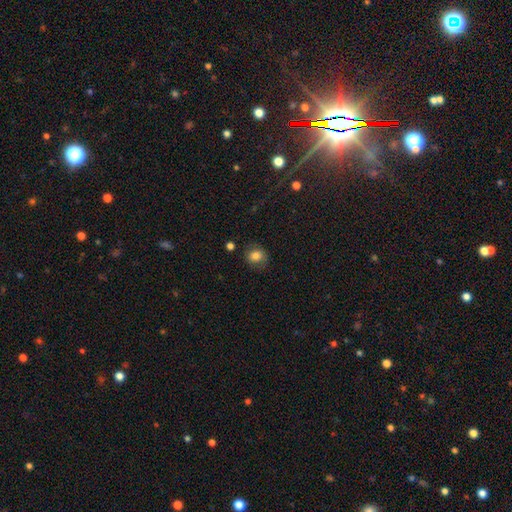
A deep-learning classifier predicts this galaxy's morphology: Smooth or featured? Predicted: smooth (p=0.77). How rounded? Predicted: round (p=0.67). Merging? Predicted: none (p=0.70).